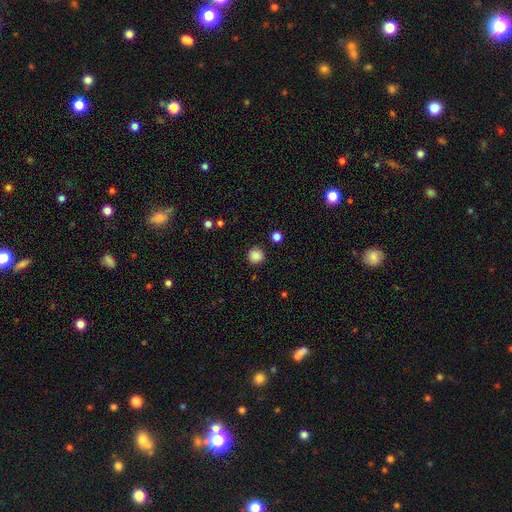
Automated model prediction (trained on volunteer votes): This is clearly a smooth galaxy (87%). How rounded: clearly round (95%). Merging: clearly none (90%).